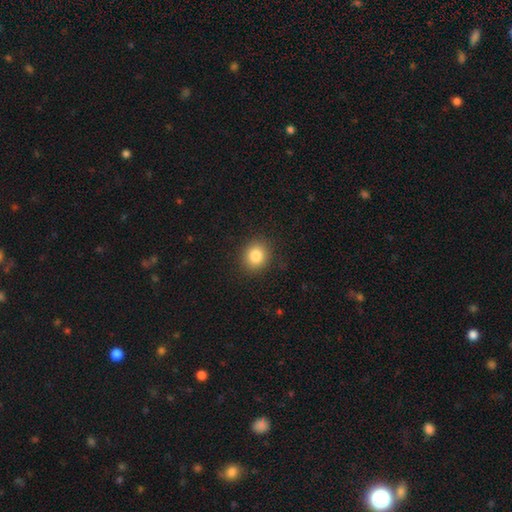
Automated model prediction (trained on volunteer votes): Morphology: type=smooth (84%); roundness=round (77%); merging=none (90%).